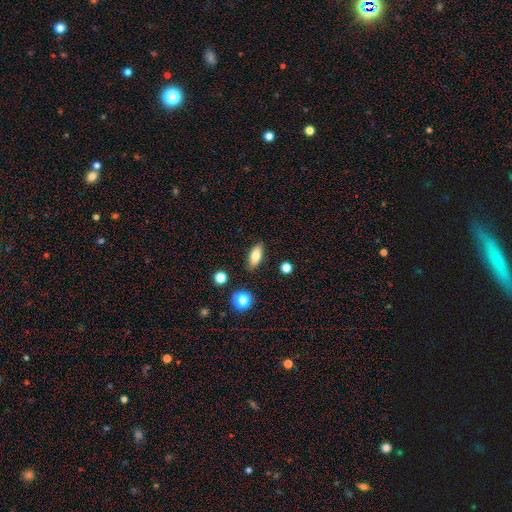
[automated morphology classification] This is likely a smooth galaxy (76%). How rounded: clearly in between (80%). Merging: clearly none (87%).